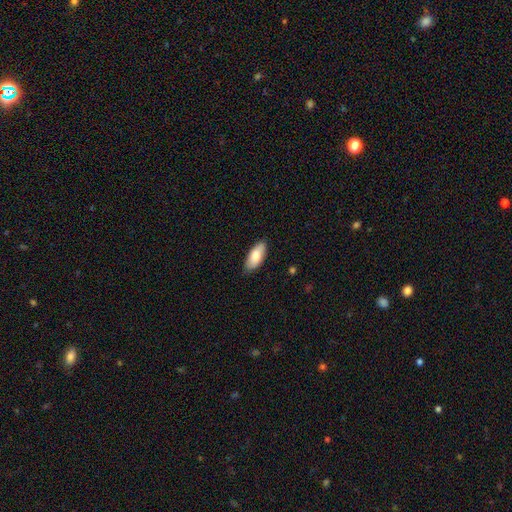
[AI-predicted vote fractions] Morphology: type=smooth (82%); roundness=in between (86%); merging=none (85%).